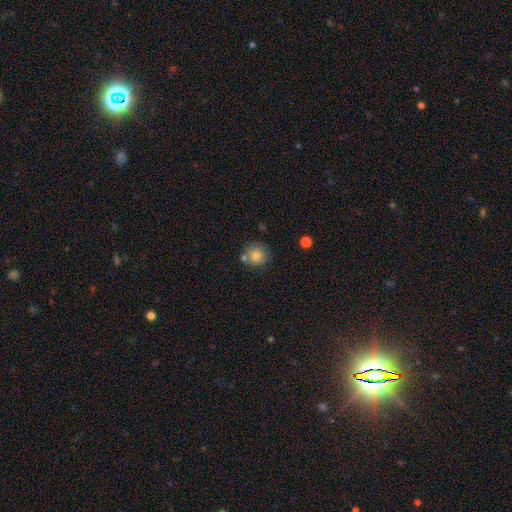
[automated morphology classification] This is likely a smooth galaxy (80%). How rounded: clearly round (91%). Merging: likely none (72%).